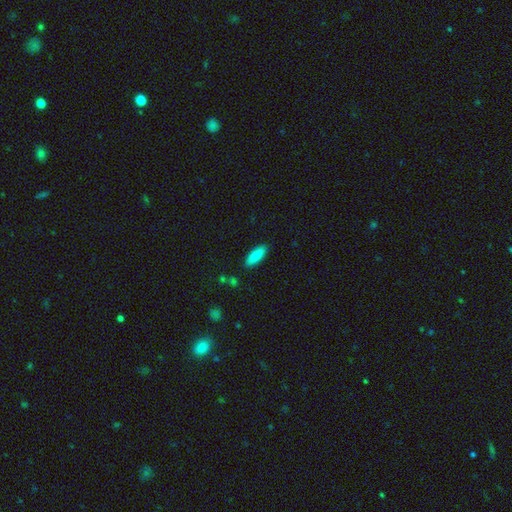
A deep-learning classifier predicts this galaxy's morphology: The model was most divided on "how rounded": in between: 63%, cigar-shaped: 35%, round: 2%. More confident: merging — none (87%); smooth or featured — smooth (87%).